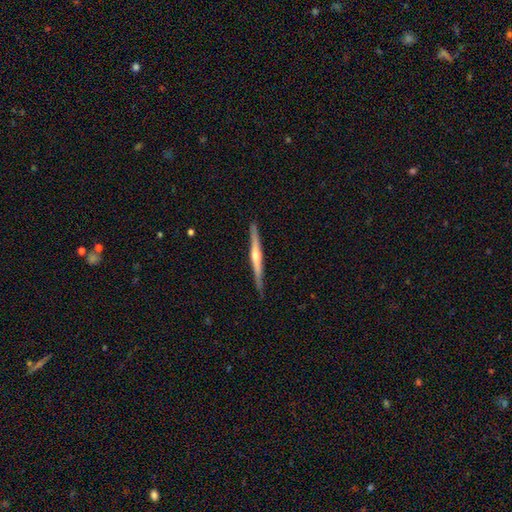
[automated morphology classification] Smooth or featured?
  - featured or disk: 73% *
  - smooth: 22%
  - star or artifact: 5%
Edge-on disk?
  - yes: 98% *
  - no: 2%
Edge-on bulge?
  - rounded: 75% *
  - none: 18%
  - boxy: 7%
Merging?
  - none: 89% *
  - minor disturbance: 8%
  - major disturbance: 1%
  - merger: 1%